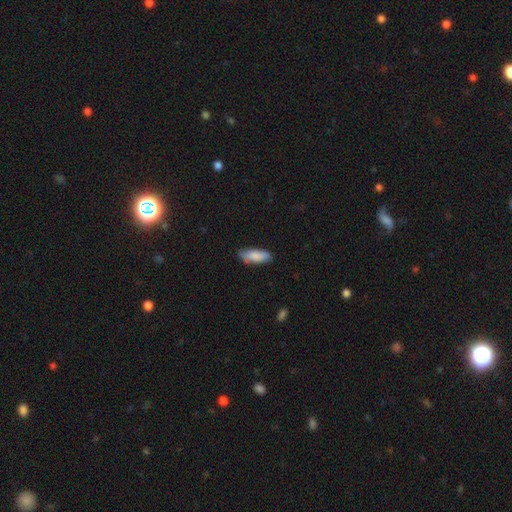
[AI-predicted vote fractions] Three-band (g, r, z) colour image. It shows a smooth galaxy with no disk features (85%) that is in between round and cigar-shaped (68%). Merging: none (76%).